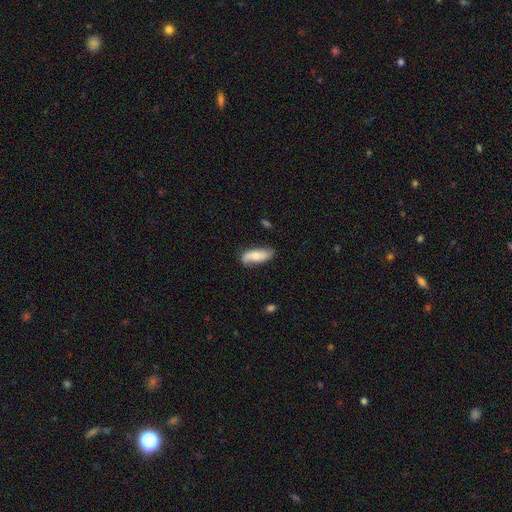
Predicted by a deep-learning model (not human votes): Q: Smooth or featured?
A: smooth (57%); runner-up: featured or disk (37%)
Q: How rounded?
A: in between (73%); runner-up: cigar-shaped (24%)
Q: Merging?
A: none (70%); runner-up: minor disturbance (23%)